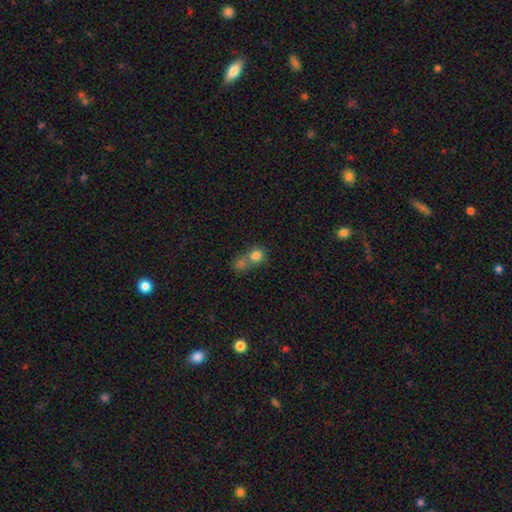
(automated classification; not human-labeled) Morphology: type=smooth (78%); roundness=round (75%); merging=merger (60%).